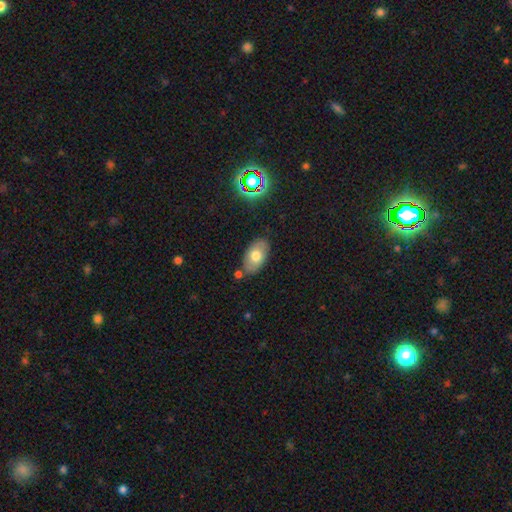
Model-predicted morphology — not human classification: smooth-or-featured: smooth: 69% | featured or disk: 22% | star or artifact: 9%
  how-rounded: in between: 92% | round: 6% | cigar-shaped: 2%
  merging: none: 78% | minor disturbance: 14% | merger: 5% | major disturbance: 3%